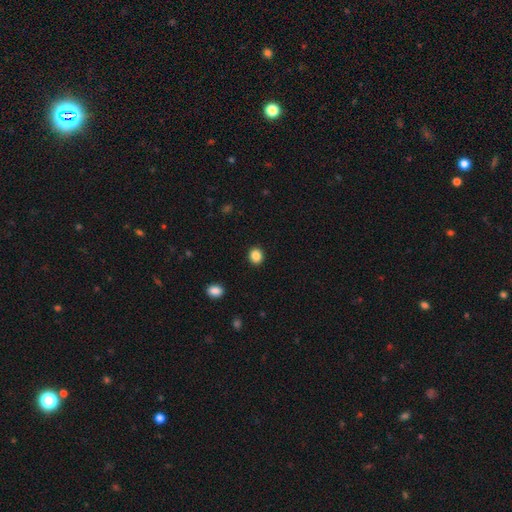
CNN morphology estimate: Smooth or featured? Predicted: smooth (p=0.87). How rounded? Predicted: round (p=0.73). Merging? Predicted: none (p=0.92).